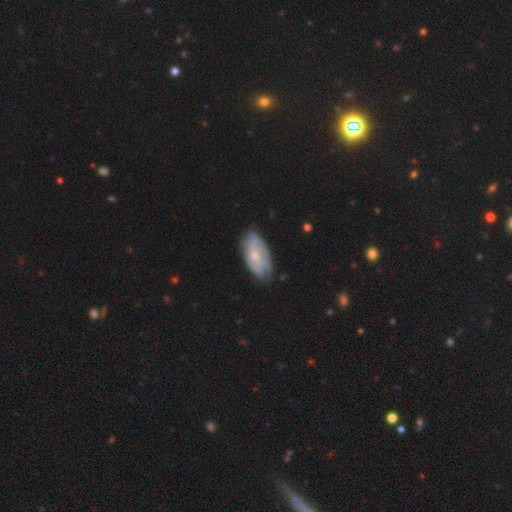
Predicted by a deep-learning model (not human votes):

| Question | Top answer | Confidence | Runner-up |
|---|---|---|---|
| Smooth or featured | featured or disk | 50% | smooth (44%) |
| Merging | none | 63% | minor disturbance (27%) |